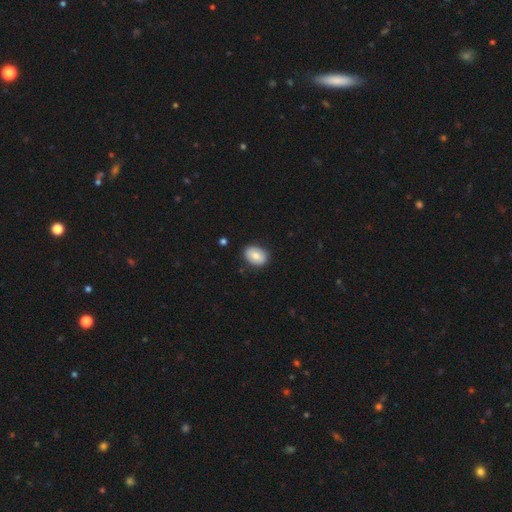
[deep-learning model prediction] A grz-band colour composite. It shows a smooth galaxy with no disk features (75%) that is in between round and cigar-shaped (74%). Merging: none (85%).